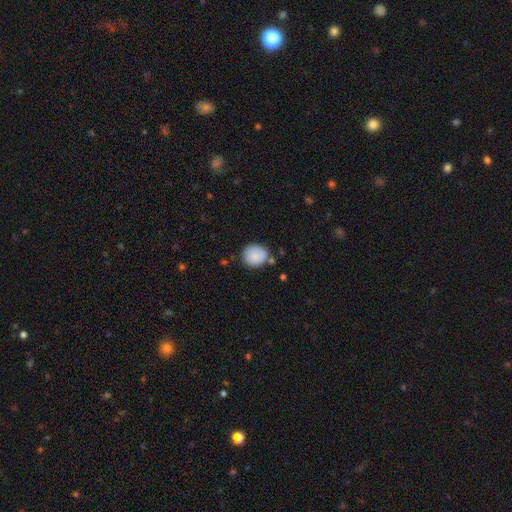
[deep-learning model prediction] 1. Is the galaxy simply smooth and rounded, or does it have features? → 83% smooth, 9% featured or disk, 8% star or artifact.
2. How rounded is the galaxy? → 75% round, 24% in between, 1% cigar-shaped.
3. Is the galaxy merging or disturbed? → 73% none, 17% minor disturbance, 6% merger, 4% major disturbance.